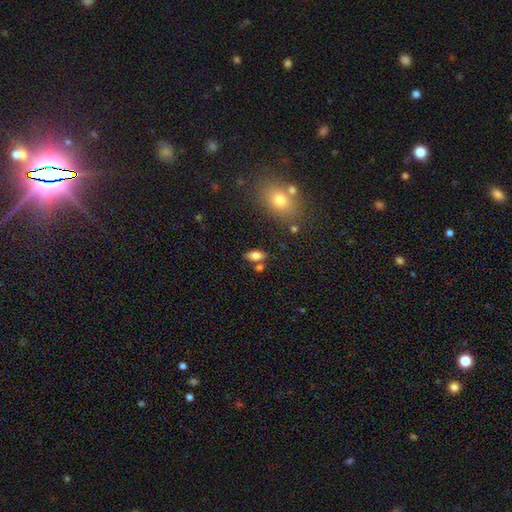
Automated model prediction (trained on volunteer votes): Smooth or featured: smooth — 76% (featured or disk — 15%)
How rounded: in between — 86% (round — 7%)
Merging: none — 68% (merger — 15%)